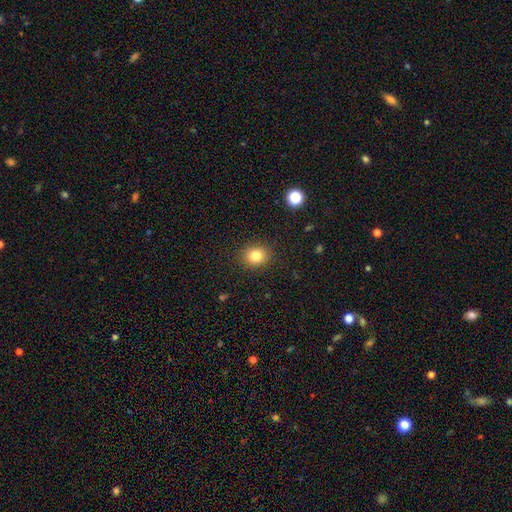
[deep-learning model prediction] smooth-or-featured: smooth: 81% | star or artifact: 12% | featured or disk: 7%
  how-rounded: round: 70% | in between: 29% | cigar-shaped: 1%
  merging: none: 90% | minor disturbance: 7% | major disturbance: 2% | merger: 1%